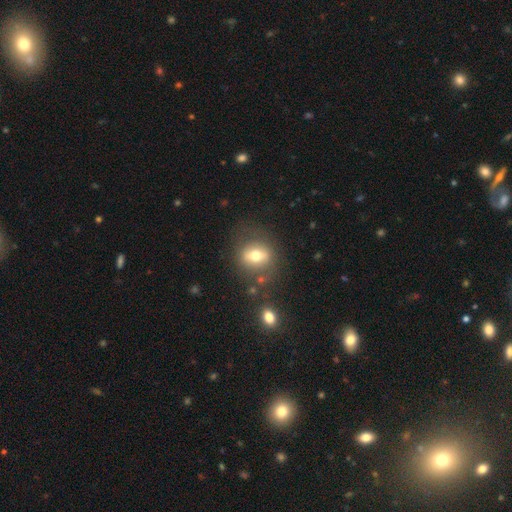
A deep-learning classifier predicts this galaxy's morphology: smooth_or_featured: smooth (p=0.59) [alt: featured or disk p=0.32]
how_rounded: round (p=0.65) [alt: in between p=0.33]
merging: none (p=0.73) [alt: minor disturbance p=0.14]